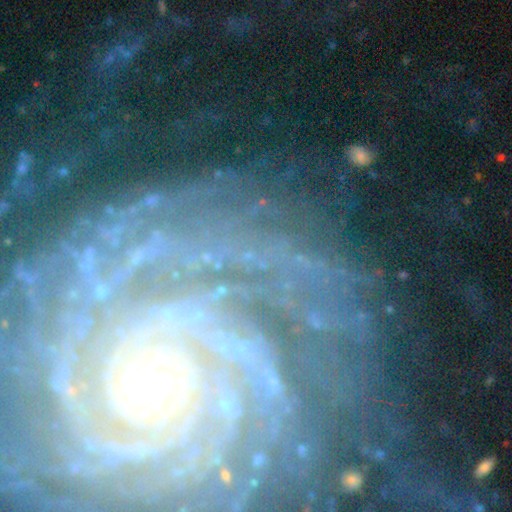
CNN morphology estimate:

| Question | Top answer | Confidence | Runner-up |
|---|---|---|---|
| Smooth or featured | featured or disk | 76% | star or artifact (16%) |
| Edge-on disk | no | 96% | yes (4%) |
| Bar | no | 58% | weak (22%) |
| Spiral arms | yes | 95% | no (5%) |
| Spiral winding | tight | 75% | medium (19%) |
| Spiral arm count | can't tell | 25% | more than 4 (21%) |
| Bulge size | small | 64% | moderate (23%) |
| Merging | none | 70% | minor disturbance (15%) |